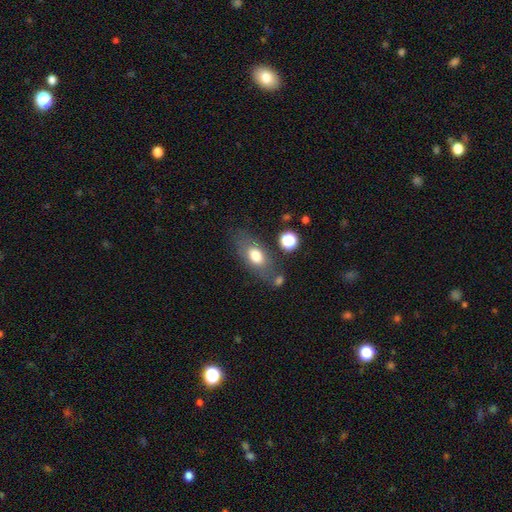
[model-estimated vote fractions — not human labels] Smooth or featured? smooth (71%)
How rounded? in between (83%)
Merging? none (68%)